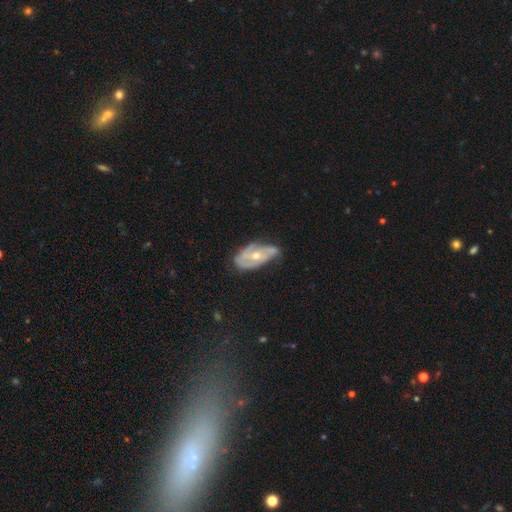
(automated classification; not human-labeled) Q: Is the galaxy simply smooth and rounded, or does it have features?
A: featured or disk — 73%.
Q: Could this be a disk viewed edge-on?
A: no — 93%.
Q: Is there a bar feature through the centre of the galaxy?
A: no — 68%.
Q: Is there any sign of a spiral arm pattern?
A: yes — 81%.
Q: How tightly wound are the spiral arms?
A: tight — 48%.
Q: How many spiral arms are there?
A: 2 — 39%.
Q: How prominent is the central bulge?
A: moderate — 57%.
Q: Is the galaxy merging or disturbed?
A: none — 47%.